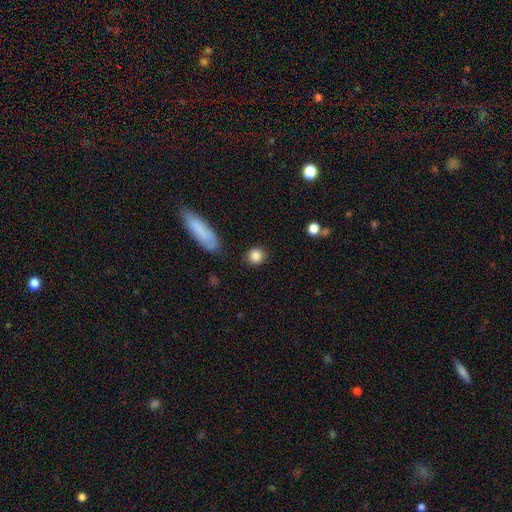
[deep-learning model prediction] The model was most divided on "how rounded": round: 81%, in between: 17%, cigar-shaped: 3%. More confident: smooth or featured — smooth (86%); merging — none (84%).